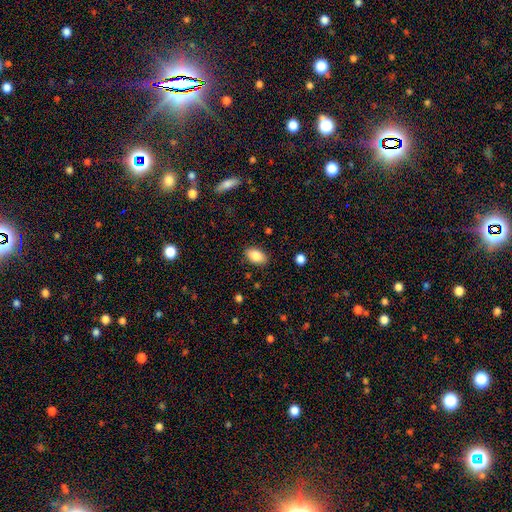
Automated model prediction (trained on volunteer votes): Smooth or featured?
  - smooth: 84% *
  - featured or disk: 8%
  - star or artifact: 8%
How rounded?
  - in between: 90% *
  - round: 8%
  - cigar-shaped: 2%
Merging?
  - none: 87% *
  - minor disturbance: 10%
  - major disturbance: 2%
  - merger: 1%